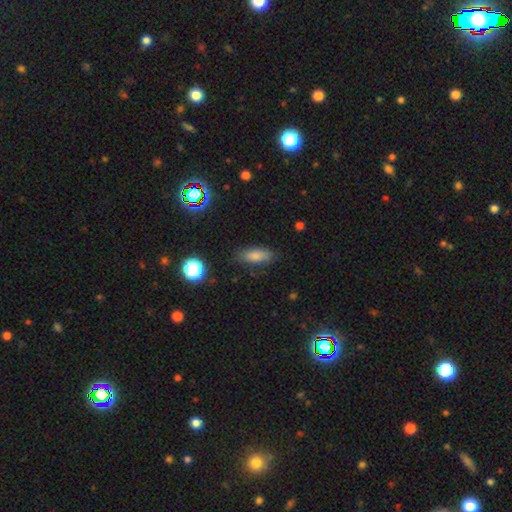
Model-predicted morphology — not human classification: This is clearly a smooth galaxy (81%). How rounded: likely in between (72%). Merging: clearly none (81%).